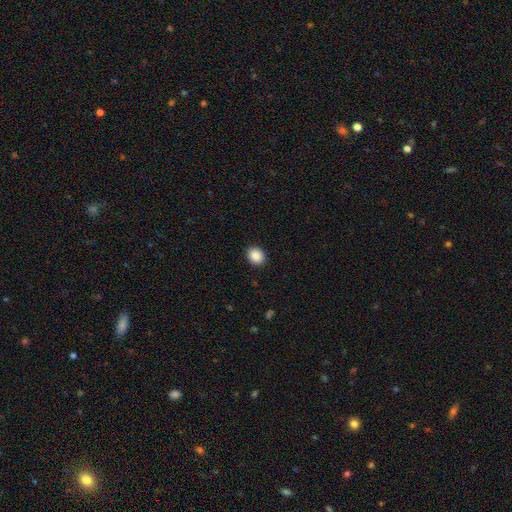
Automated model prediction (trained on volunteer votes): smooth-or-featured: smooth: 89% | star or artifact: 8% | featured or disk: 3%
  how-rounded: round: 58% | in between: 41% | cigar-shaped: 1%
  merging: none: 91% | minor disturbance: 7% | major disturbance: 2% | merger: 1%